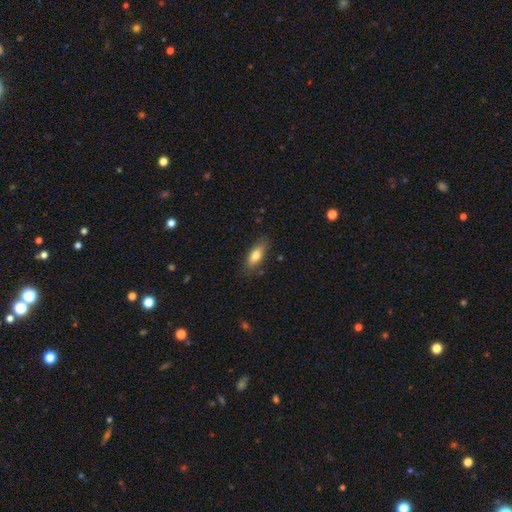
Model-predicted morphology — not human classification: smooth-or-featured: smooth: 74% | featured or disk: 19% | star or artifact: 7%
  how-rounded: in between: 73% | cigar-shaped: 24% | round: 3%
  merging: none: 81% | minor disturbance: 14% | major disturbance: 3% | merger: 2%